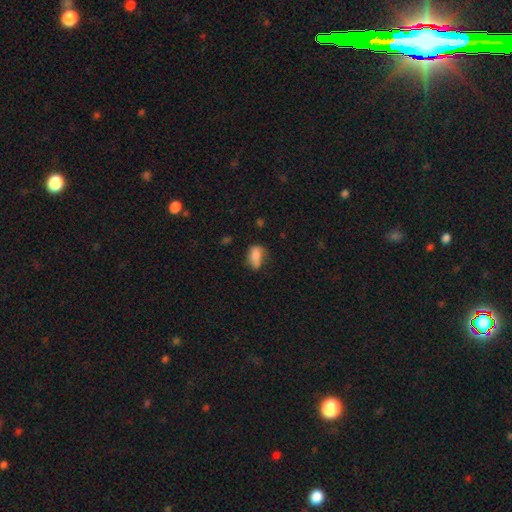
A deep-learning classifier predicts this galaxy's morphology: This is clearly a smooth galaxy (81%). How rounded: clearly in between (88%). Merging: possibly none (45%).